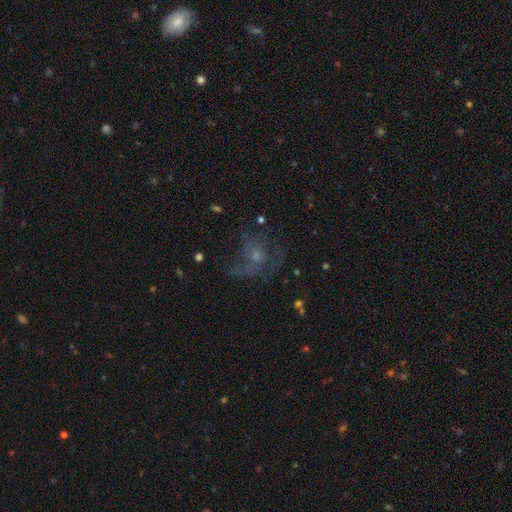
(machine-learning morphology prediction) A featured or disk galaxy (45%).

Vote fractions:
- Smooth or featured? featured or disk: 45% / smooth: 29% / star or artifact: 26%
- Merging? none: 44% / major disturbance: 36% / minor disturbance: 18% / merger: 3%